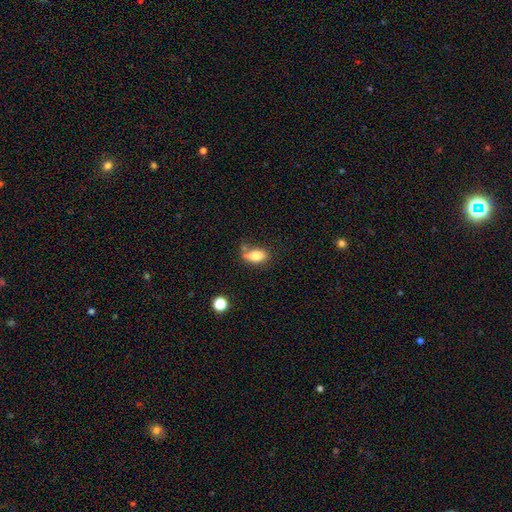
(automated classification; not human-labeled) Morphology: type=smooth (82%); roundness=in between (86%); merging=none (55%).